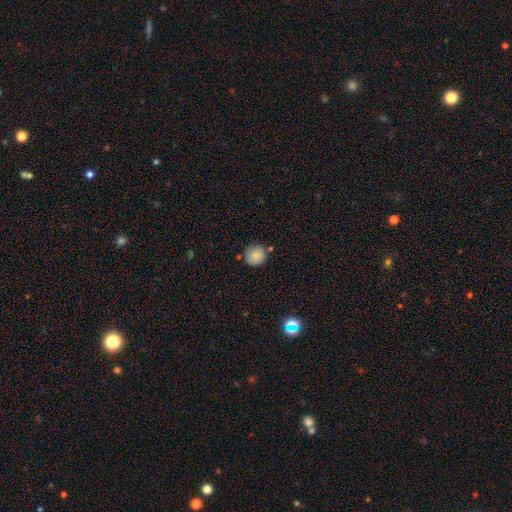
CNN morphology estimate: type=smooth (85%); roundness=round (92%); merging=none (75%).